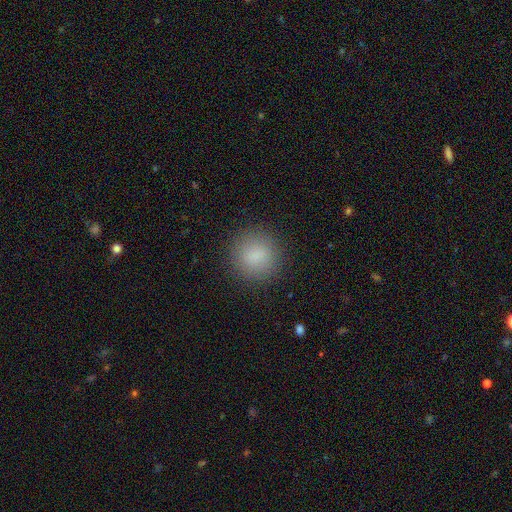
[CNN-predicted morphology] Smooth or featured? smooth (84%)
How rounded? round (91%)
Merging? none (89%)